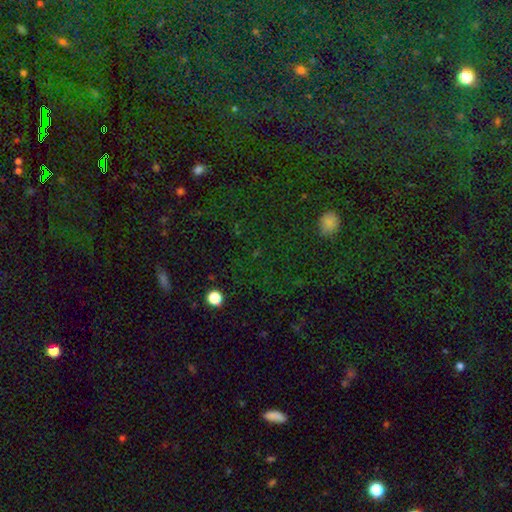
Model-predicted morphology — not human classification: Smooth or featured? star or artifact (78%)